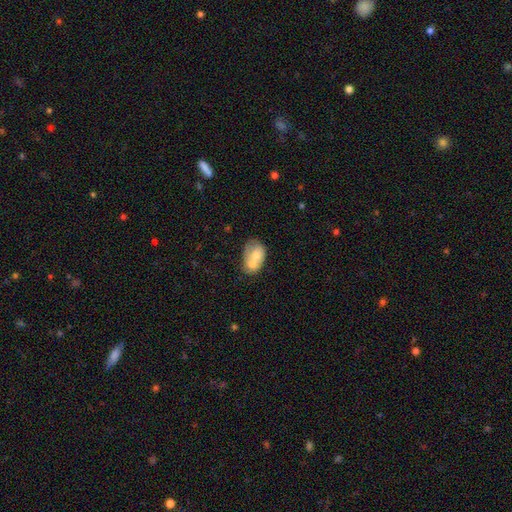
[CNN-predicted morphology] Smooth or featured: smooth — 64% (featured or disk — 29%)
How rounded: in between — 73% (round — 26%)
Merging: merger — 69% (none — 17%)